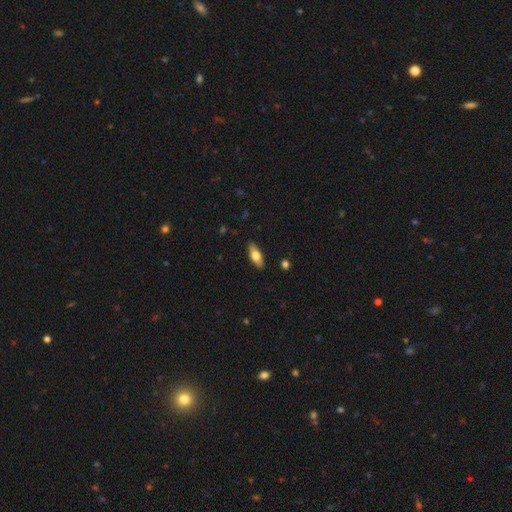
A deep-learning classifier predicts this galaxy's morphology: smooth 64%, featured or disk 30%, star or artifact 6%. Down the decision tree: how rounded — in between (73%); merging — none (88%).